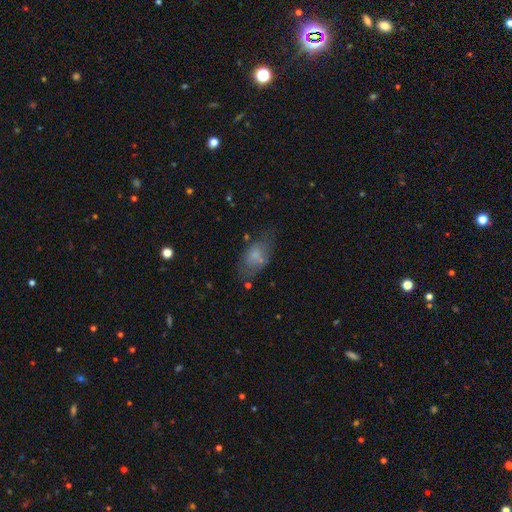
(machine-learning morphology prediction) The model was most divided on "merging": none: 53%, minor disturbance: 25%, major disturbance: 14%, merger: 8%. More confident: how rounded — in between (89%); smooth or featured — smooth (66%).